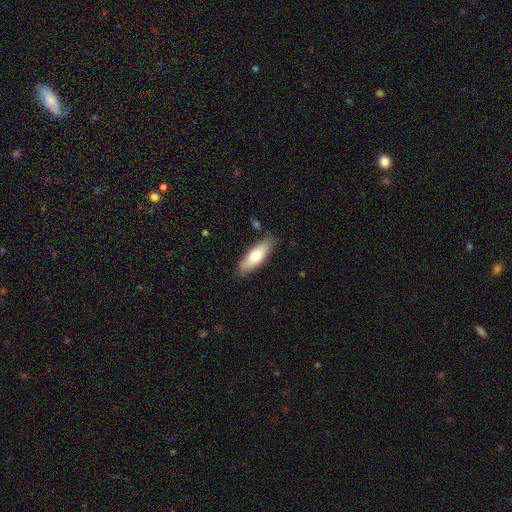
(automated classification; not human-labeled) A smooth galaxy with no disk features (68%) that is in between round and cigar-shaped (58%).

Vote fractions:
- Smooth or featured? smooth: 68% / featured or disk: 27% / star or artifact: 6%
- How rounded? in between: 58% / cigar-shaped: 40% / round: 2%
- Merging? none: 82% / minor disturbance: 13% / major disturbance: 2% / merger: 2%